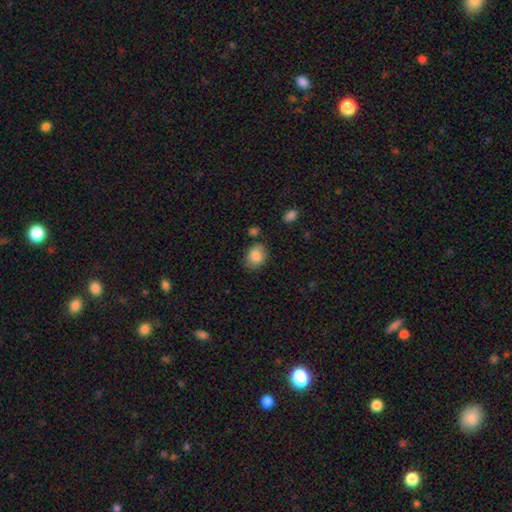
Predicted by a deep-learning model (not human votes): smooth 84%, featured or disk 8%, star or artifact 8%. Down the decision tree: how rounded — in between (57%); merging — none (71%).